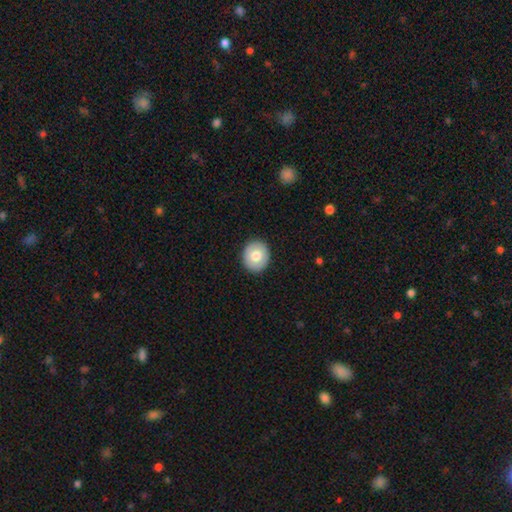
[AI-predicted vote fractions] Smooth or featured? smooth (73%)
How rounded? round (76%)
Merging? none (91%)